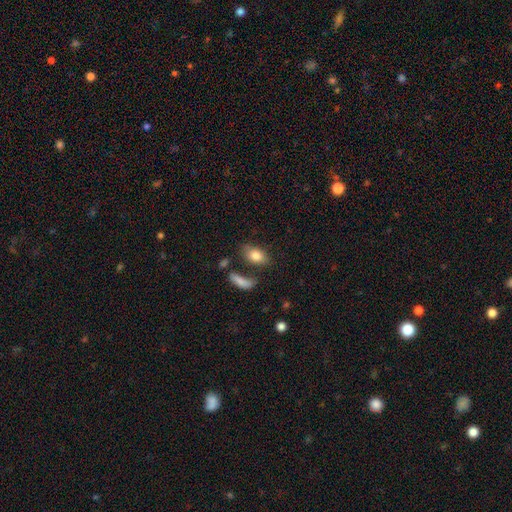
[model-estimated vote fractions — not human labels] smooth_or_featured: smooth (p=0.82) [alt: featured or disk p=0.11]
how_rounded: in between (p=0.87) [alt: round p=0.08]
merging: none (p=0.62) [alt: minor disturbance p=0.16]